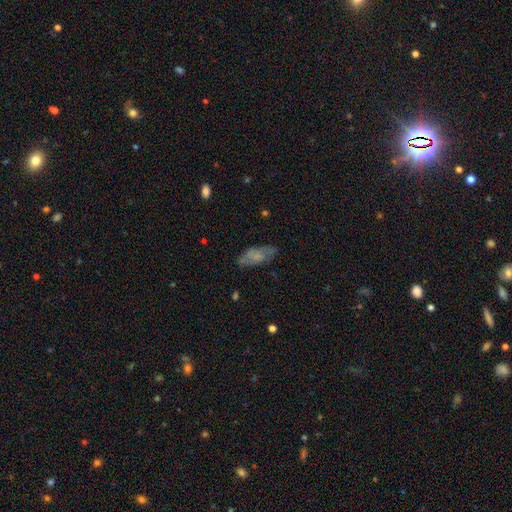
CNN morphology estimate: Smooth or featured? smooth (58%)
How rounded? in between (80%)
Merging? none (67%)